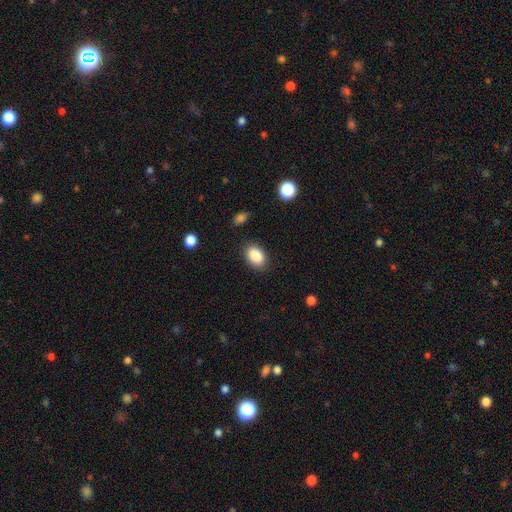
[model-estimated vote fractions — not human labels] A smooth galaxy with no disk features (88%) that is in between round and cigar-shaped (81%). Merging: none (84%).